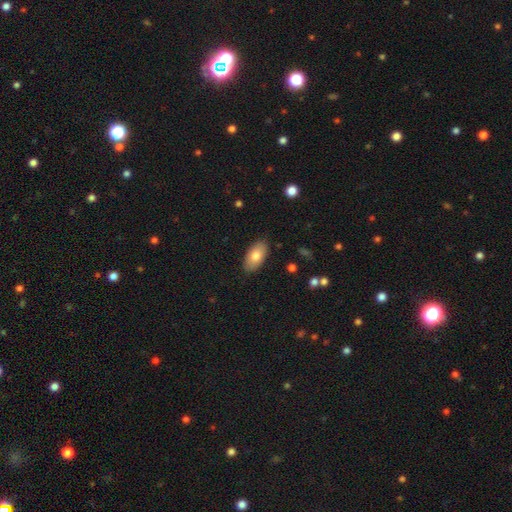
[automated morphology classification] type=smooth (78%); roundness=in between (93%); merging=none (87%).